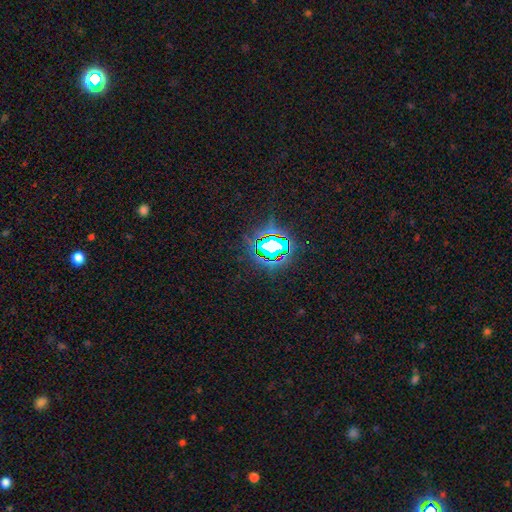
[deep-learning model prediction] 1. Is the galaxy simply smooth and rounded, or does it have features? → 82% star or artifact, 12% smooth, 6% featured or disk.